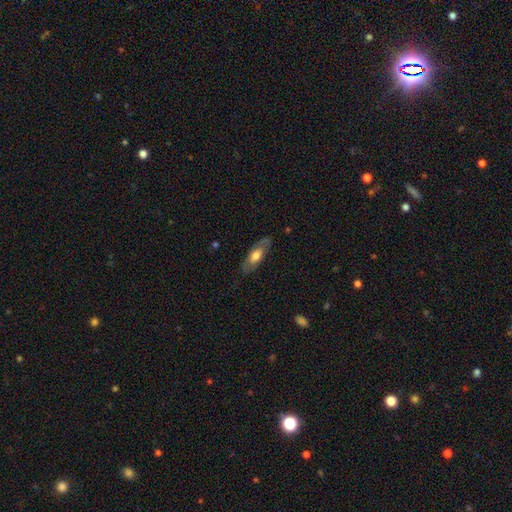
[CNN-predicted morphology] Q: Smooth or featured?
A: smooth (51%); runner-up: featured or disk (43%)
Q: How rounded?
A: in between (71%); runner-up: cigar-shaped (26%)
Q: Merging?
A: none (79%); runner-up: minor disturbance (15%)